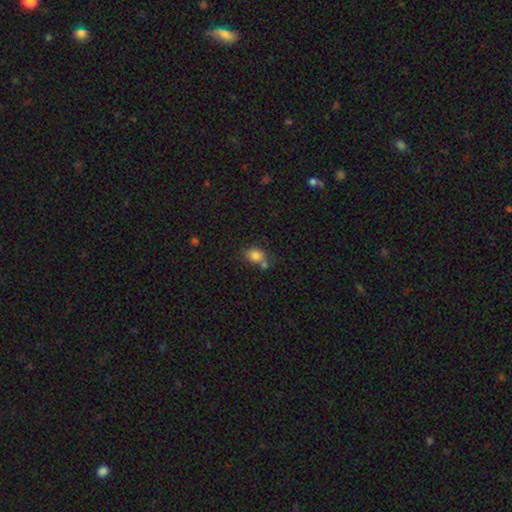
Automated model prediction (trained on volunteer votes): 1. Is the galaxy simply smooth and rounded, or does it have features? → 82% smooth, 11% star or artifact, 7% featured or disk.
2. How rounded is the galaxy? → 59% in between, 39% round, 1% cigar-shaped.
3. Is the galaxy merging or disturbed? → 45% none, 31% merger, 17% minor disturbance, 7% major disturbance.